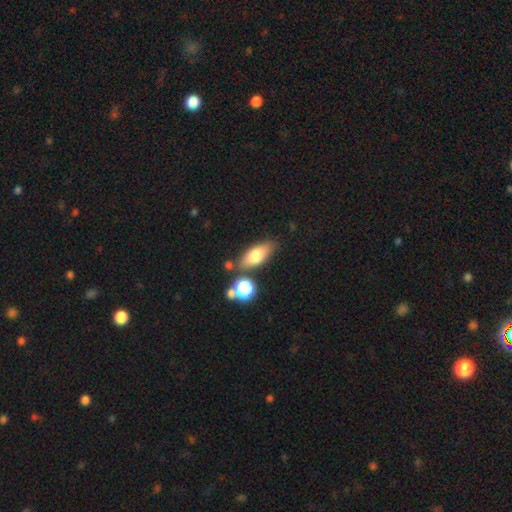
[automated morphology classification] smooth_or_featured: smooth (p=0.70) [alt: featured or disk p=0.20]
how_rounded: in between (p=0.76) [alt: cigar-shaped p=0.18]
merging: none (p=0.75) [alt: minor disturbance p=0.13]